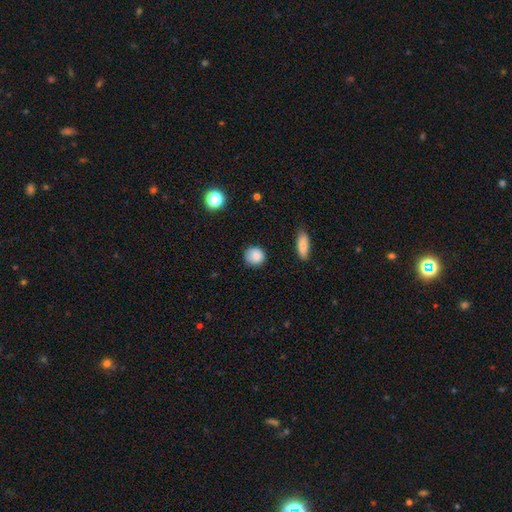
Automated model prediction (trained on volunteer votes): Q: Smooth or featured?
A: smooth (86%); runner-up: star or artifact (9%)
Q: How rounded?
A: round (84%); runner-up: in between (14%)
Q: Merging?
A: none (78%); runner-up: minor disturbance (17%)